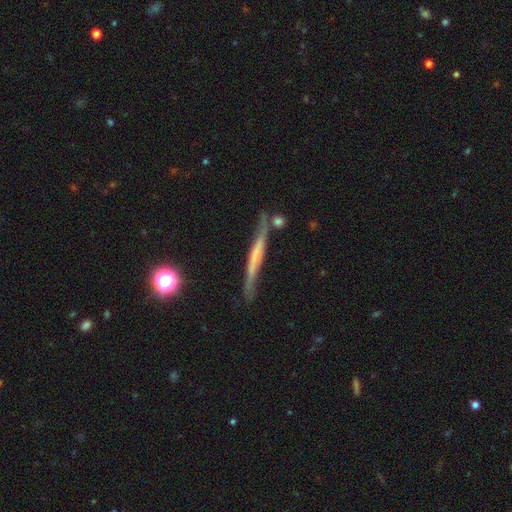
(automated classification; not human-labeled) This is possibly a featured or disk galaxy (58%). It is clearly viewed edge-on (91%). Edge-on bulge: likely none (67%). Merging: likely none (72%).